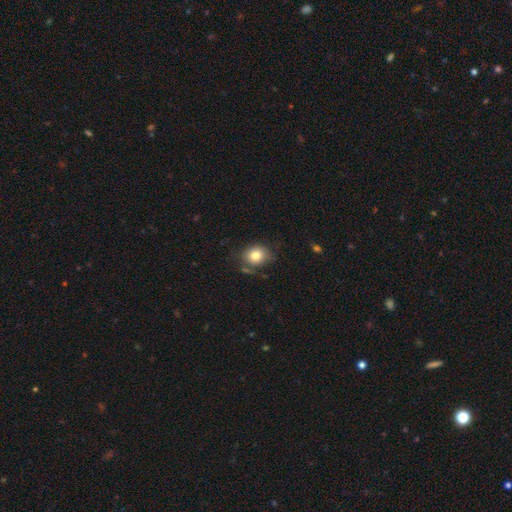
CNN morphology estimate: The model was most divided on "how rounded": round: 67%, in between: 32%, cigar-shaped: 1%. More confident: smooth or featured — smooth (81%); merging — none (73%).